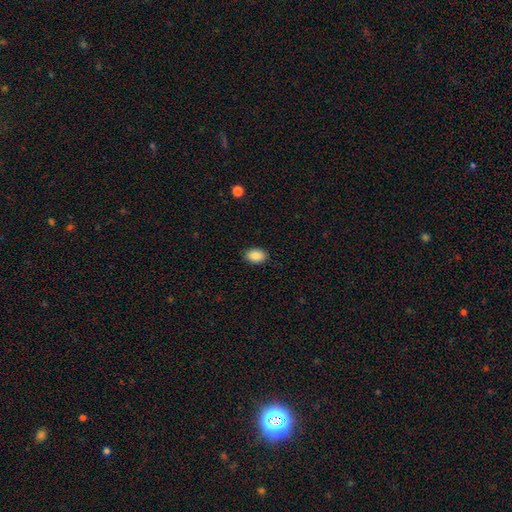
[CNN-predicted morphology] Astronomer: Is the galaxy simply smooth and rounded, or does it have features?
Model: smooth — 90%.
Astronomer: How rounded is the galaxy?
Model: in between — 85%.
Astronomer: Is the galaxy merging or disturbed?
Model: none — 88%.